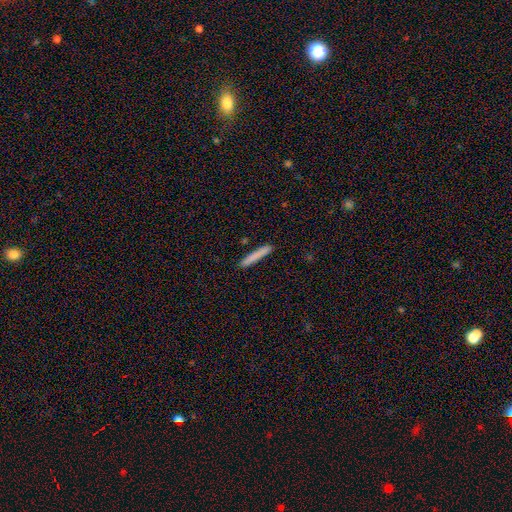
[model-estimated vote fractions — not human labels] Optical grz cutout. It shows a smooth galaxy with no disk features (81%) that is cigar-shaped (95%). Merging: none (90%).